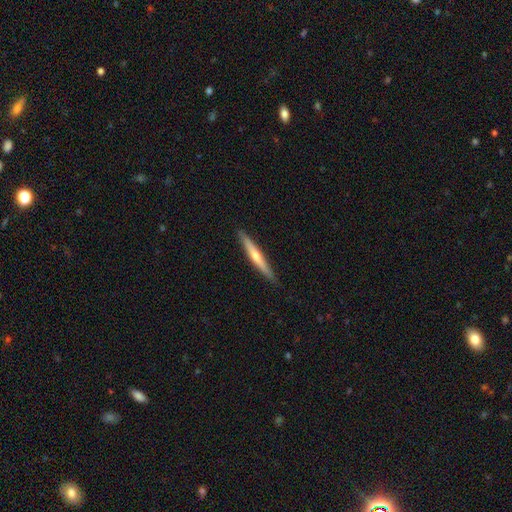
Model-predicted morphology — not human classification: A featured or disk galaxy (62%) viewed edge-on (97%) with a rounded central bulge (77%).

Vote fractions:
- Smooth or featured? featured or disk: 62% / smooth: 32% / star or artifact: 6%
- Edge-on disk? yes: 97% / no: 3%
- Edge-on bulge? rounded: 77% / none: 19% / boxy: 3%
- Merging? none: 91% / minor disturbance: 7% / major disturbance: 1% / merger: 1%